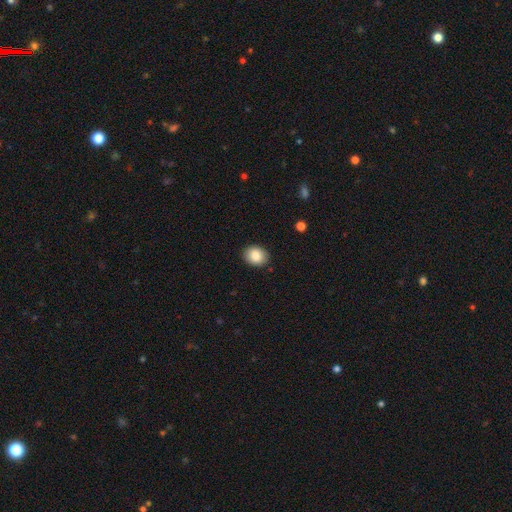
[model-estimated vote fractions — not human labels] smooth_or_featured: smooth (p=0.87) [alt: star or artifact p=0.08]
how_rounded: round (p=0.50) [alt: in between p=0.49]
merging: none (p=0.88) [alt: minor disturbance p=0.09]